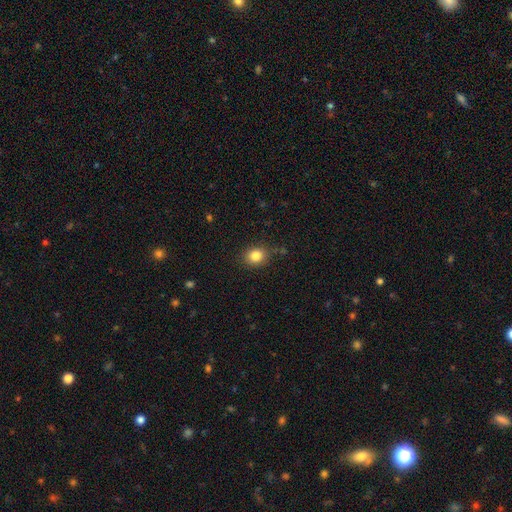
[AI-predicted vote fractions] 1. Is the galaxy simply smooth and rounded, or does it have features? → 84% smooth, 10% star or artifact, 6% featured or disk.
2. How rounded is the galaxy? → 63% round, 36% in between, 1% cigar-shaped.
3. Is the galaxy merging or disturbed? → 82% none, 13% minor disturbance, 3% major disturbance, 2% merger.